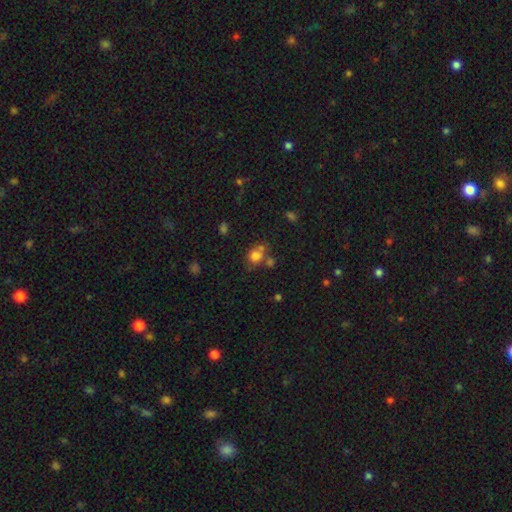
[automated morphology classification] Smooth or featured: smooth — 76% (star or artifact — 14%)
How rounded: round — 65% (in between — 34%)
Merging: none — 49% (merger — 28%)